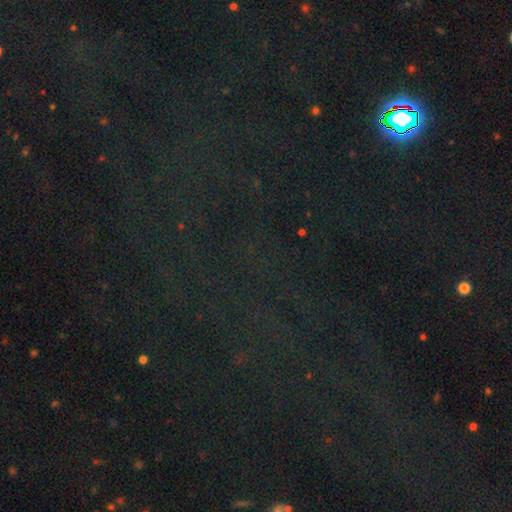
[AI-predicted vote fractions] This is clearly a star or artifact rather than a galaxy (81%).